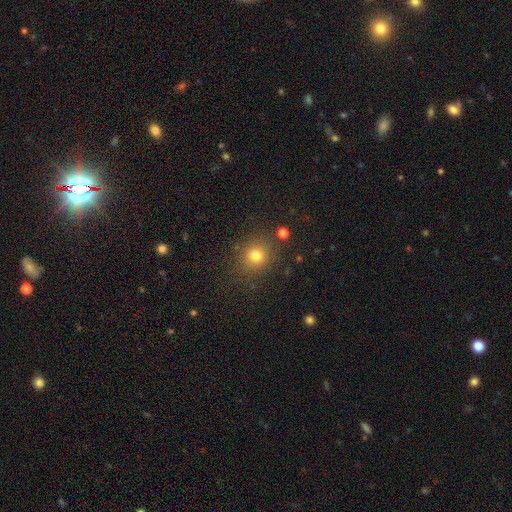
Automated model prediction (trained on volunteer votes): Morphology: type=smooth (78%); roundness=round (82%); merging=none (84%).